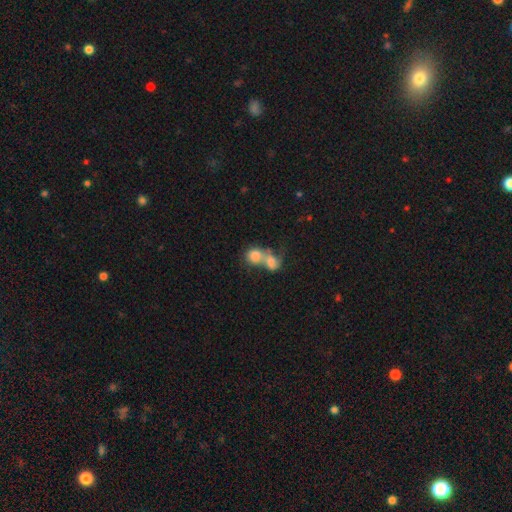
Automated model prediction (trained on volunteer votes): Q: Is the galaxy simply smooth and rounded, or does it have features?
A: smooth — 76%.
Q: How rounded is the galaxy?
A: round — 60%.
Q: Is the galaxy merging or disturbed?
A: merger — 76%.